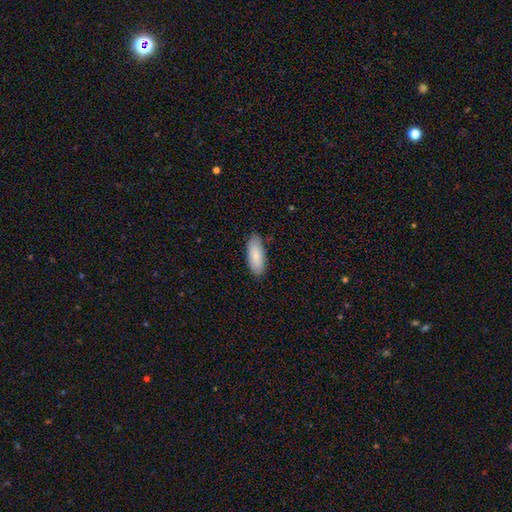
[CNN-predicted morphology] Q: Smooth or featured?
A: smooth (83%); runner-up: featured or disk (12%)
Q: How rounded?
A: in between (77%); runner-up: cigar-shaped (21%)
Q: Merging?
A: none (84%); runner-up: minor disturbance (13%)